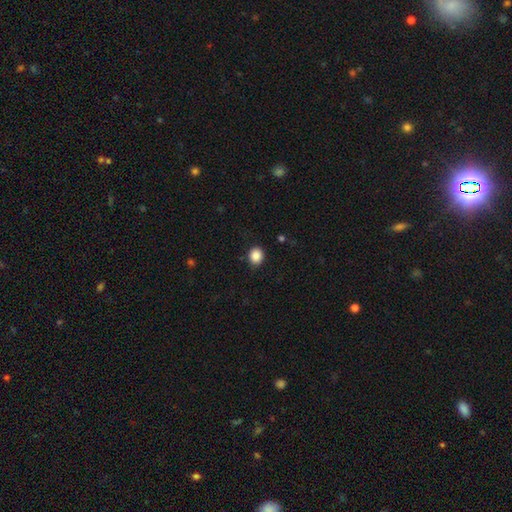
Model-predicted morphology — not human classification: Smooth or featured? Predicted: smooth (p=0.87). How rounded? Predicted: round (p=0.74). Merging? Predicted: none (p=0.87).